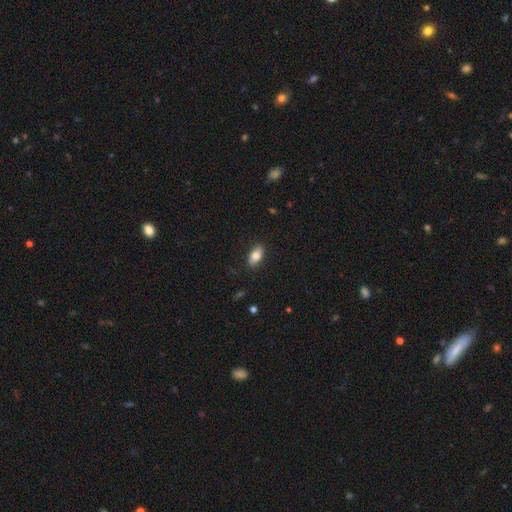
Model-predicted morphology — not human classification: smooth_or_featured: smooth (p=0.76) [alt: featured or disk p=0.17]
how_rounded: in between (p=0.87) [alt: cigar-shaped p=0.09]
merging: none (p=0.86) [alt: minor disturbance p=0.10]